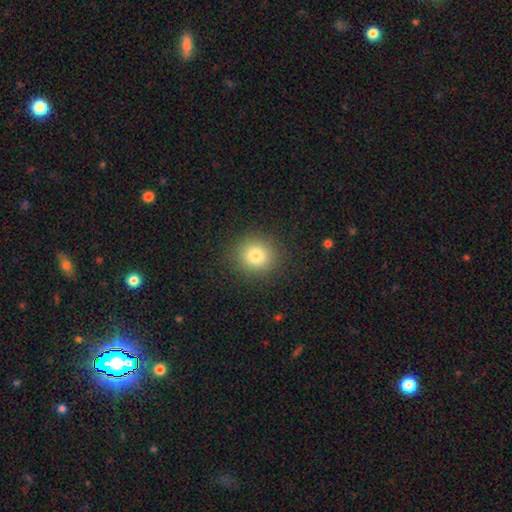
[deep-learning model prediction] Overall: smooth (80%). How rounded: round (91%). Merging: none (89%).